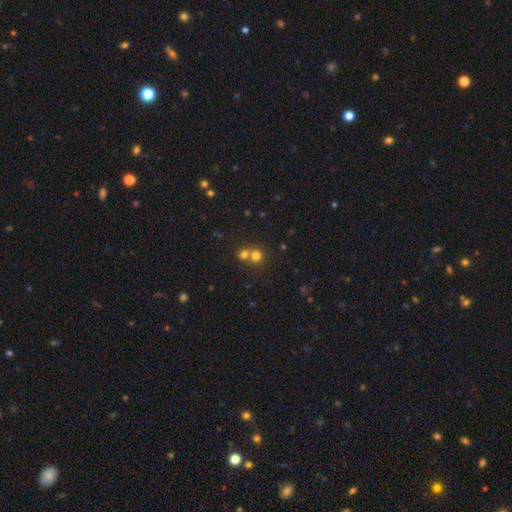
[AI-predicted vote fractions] A smooth galaxy with no disk features (74%) that is round (88%).

Vote fractions:
- Smooth or featured? smooth: 74% / star or artifact: 17% / featured or disk: 10%
- How rounded? round: 88% / in between: 12% / cigar-shaped: 1%
- Merging? merger: 49% / none: 45% / minor disturbance: 5% / major disturbance: 2%